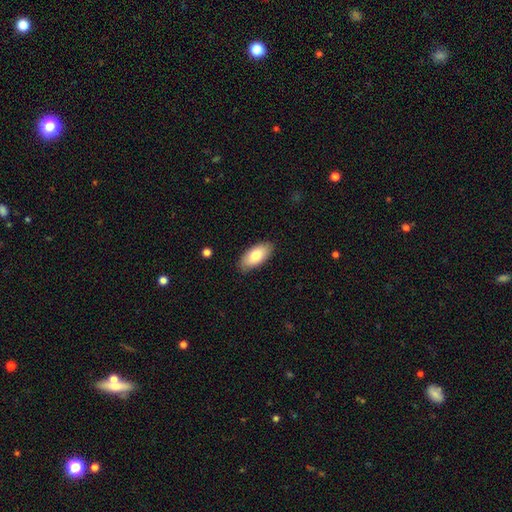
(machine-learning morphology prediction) Smooth or featured: smooth — 79% (featured or disk — 15%)
How rounded: in between — 91% (cigar-shaped — 7%)
Merging: none — 87% (minor disturbance — 10%)